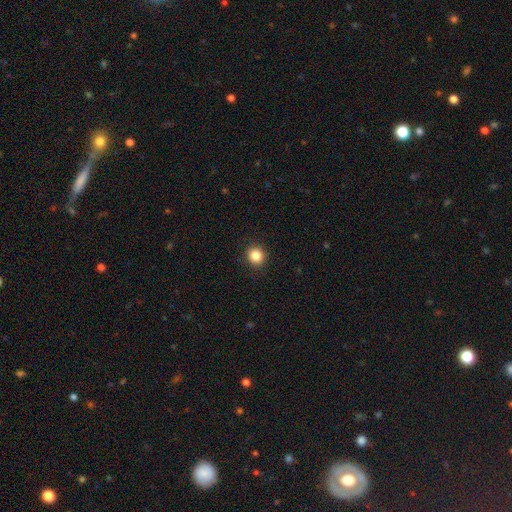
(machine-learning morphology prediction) Overall: smooth (85%). How rounded: round (88%). Merging: none (92%).